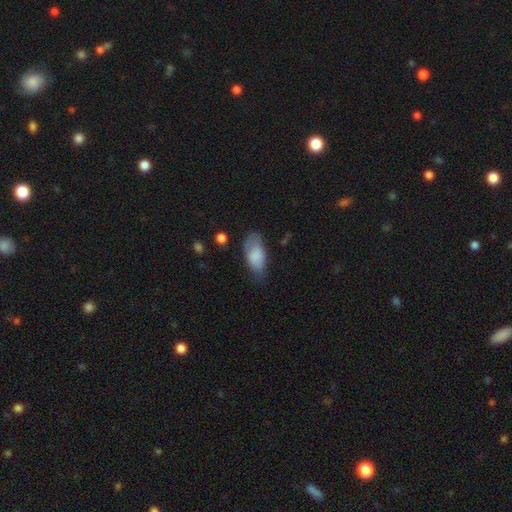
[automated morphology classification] Q: Smooth or featured?
A: smooth (79%); runner-up: featured or disk (14%)
Q: How rounded?
A: in between (92%); runner-up: cigar-shaped (5%)
Q: Merging?
A: none (48%); runner-up: minor disturbance (35%)